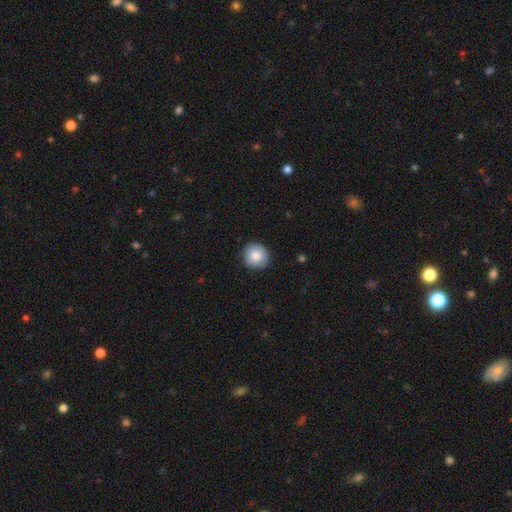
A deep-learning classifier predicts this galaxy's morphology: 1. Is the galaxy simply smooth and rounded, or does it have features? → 85% smooth, 8% star or artifact, 8% featured or disk.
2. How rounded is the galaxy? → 92% round, 7% in between, 1% cigar-shaped.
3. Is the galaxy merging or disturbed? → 88% none, 9% minor disturbance, 2% major disturbance, 1% merger.